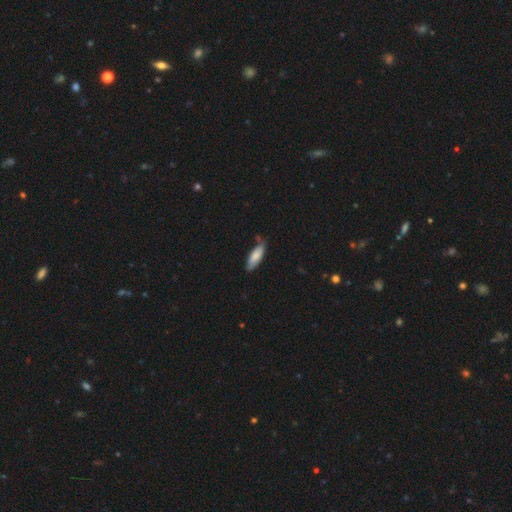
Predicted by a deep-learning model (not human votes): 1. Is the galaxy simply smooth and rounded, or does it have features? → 78% smooth, 16% featured or disk, 6% star or artifact.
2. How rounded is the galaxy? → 56% in between, 42% cigar-shaped, 2% round.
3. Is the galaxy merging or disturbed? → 65% none, 26% minor disturbance, 5% major disturbance, 4% merger.